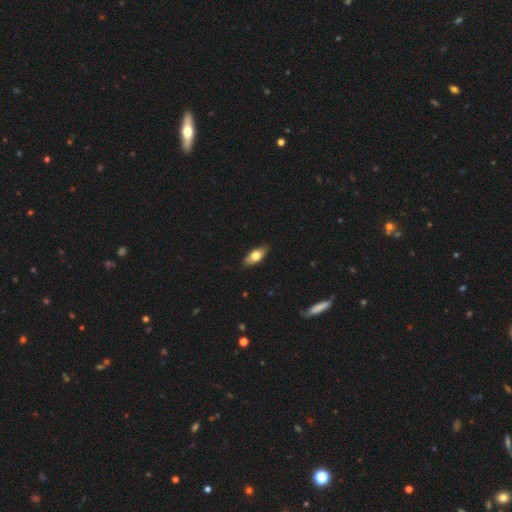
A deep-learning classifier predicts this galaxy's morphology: Smooth or featured? Predicted: smooth (p=0.68). How rounded? Predicted: in between (p=0.81). Merging? Predicted: none (p=0.86).